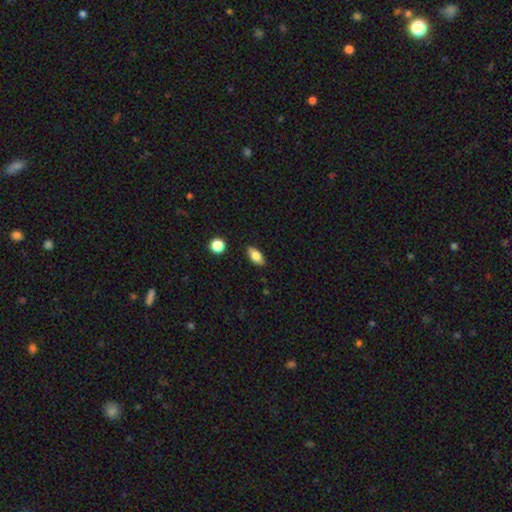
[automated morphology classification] smooth 79%, featured or disk 13%, star or artifact 8%. Down the decision tree: how rounded — in between (88%); merging — none (87%).